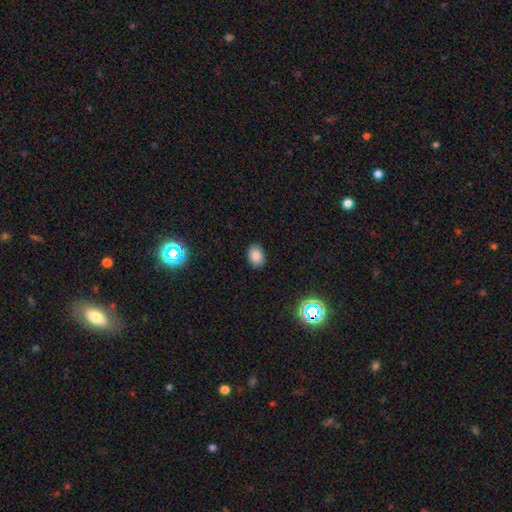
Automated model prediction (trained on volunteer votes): This is clearly a smooth galaxy (84%). How rounded: likely in between (74%). Merging: clearly none (88%).